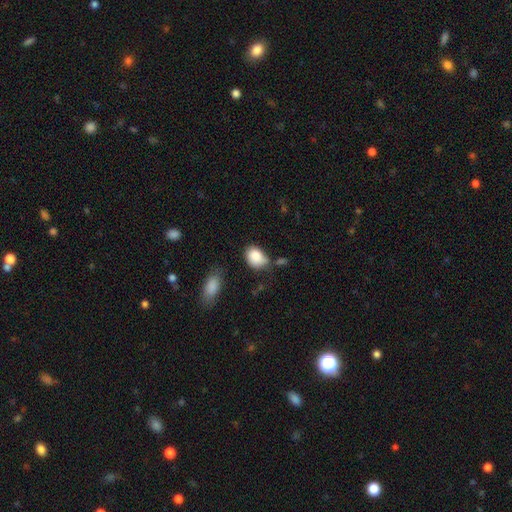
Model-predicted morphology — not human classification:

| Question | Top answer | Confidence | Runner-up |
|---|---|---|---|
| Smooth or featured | smooth | 85% | star or artifact (7%) |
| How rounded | in between | 73% | round (26%) |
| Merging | none | 47% | minor disturbance (32%) |